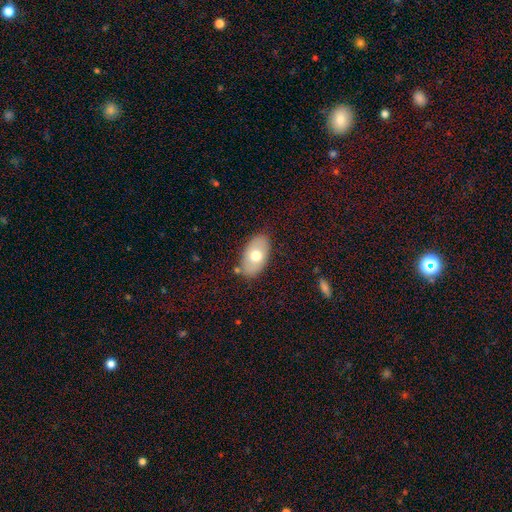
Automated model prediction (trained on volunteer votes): Smooth or featured: smooth — 67% (featured or disk — 27%)
How rounded: in between — 93% (round — 5%)
Merging: none — 83% (minor disturbance — 12%)